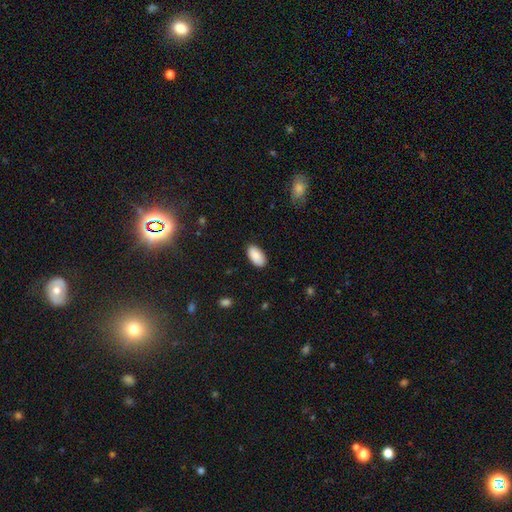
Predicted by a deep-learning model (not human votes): Smooth or featured?
  - smooth: 88% *
  - star or artifact: 7%
  - featured or disk: 6%
How rounded?
  - in between: 95% *
  - round: 2%
  - cigar-shaped: 2%
Merging?
  - none: 87% *
  - minor disturbance: 10%
  - major disturbance: 2%
  - merger: 1%